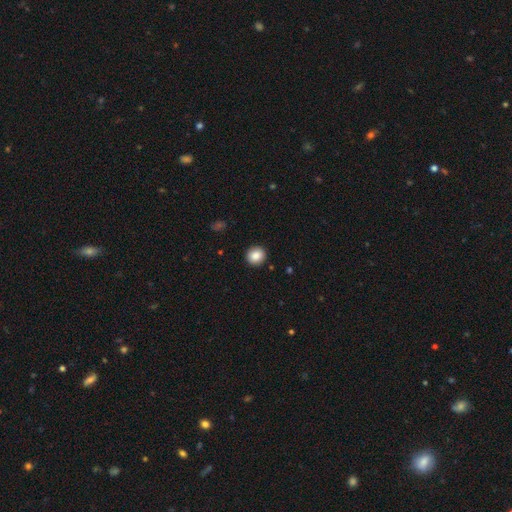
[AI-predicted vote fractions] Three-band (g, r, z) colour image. It shows a smooth galaxy with no disk features (87%) that is round (89%). Merging: none (92%).